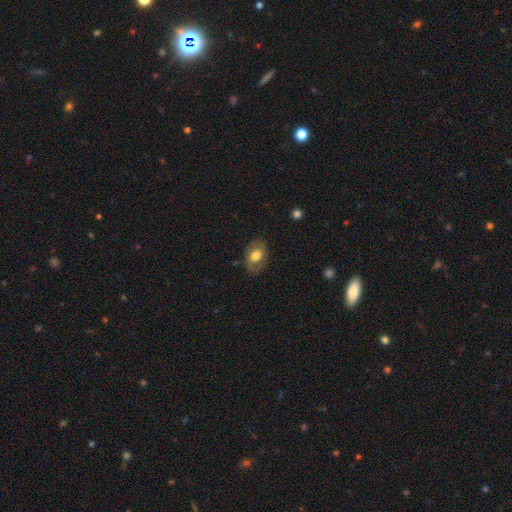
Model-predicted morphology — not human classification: smooth_or_featured: smooth (p=0.64) [alt: featured or disk p=0.29]
how_rounded: in between (p=0.76) [alt: round p=0.23]
merging: none (p=0.79) [alt: minor disturbance p=0.15]